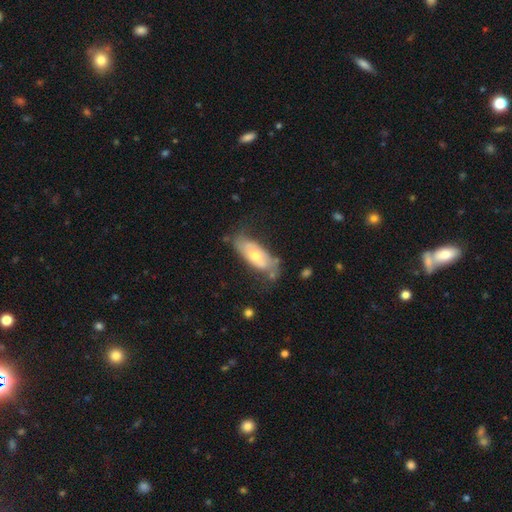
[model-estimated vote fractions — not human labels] Smooth or featured?
  - featured or disk: 50% *
  - smooth: 44%
  - star or artifact: 6%
Merging?
  - none: 55% *
  - minor disturbance: 28%
  - major disturbance: 11%
  - merger: 5%